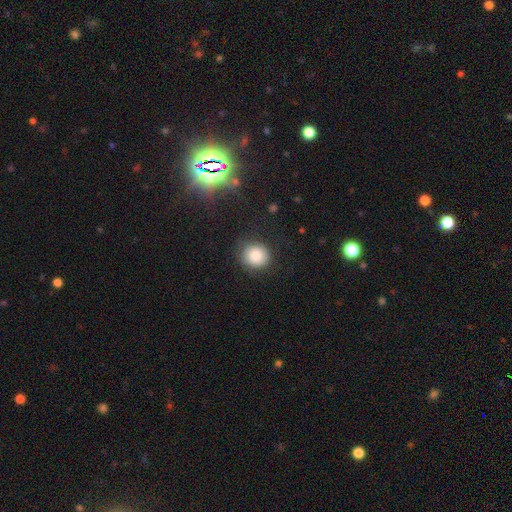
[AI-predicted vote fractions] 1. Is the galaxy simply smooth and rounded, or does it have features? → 83% smooth, 9% star or artifact, 7% featured or disk.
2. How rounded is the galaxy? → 88% round, 12% in between, 1% cigar-shaped.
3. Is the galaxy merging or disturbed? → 82% none, 12% minor disturbance, 4% major disturbance, 1% merger.